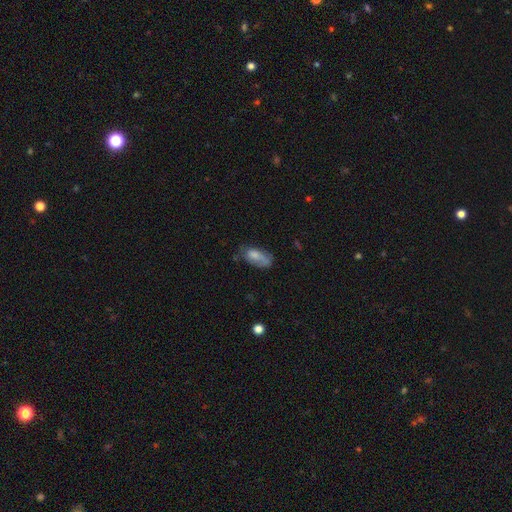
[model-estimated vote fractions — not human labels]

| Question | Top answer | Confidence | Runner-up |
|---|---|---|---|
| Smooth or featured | smooth | 67% | featured or disk (24%) |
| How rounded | in between | 88% | cigar-shaped (7%) |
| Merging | none | 40% | minor disturbance (31%) |